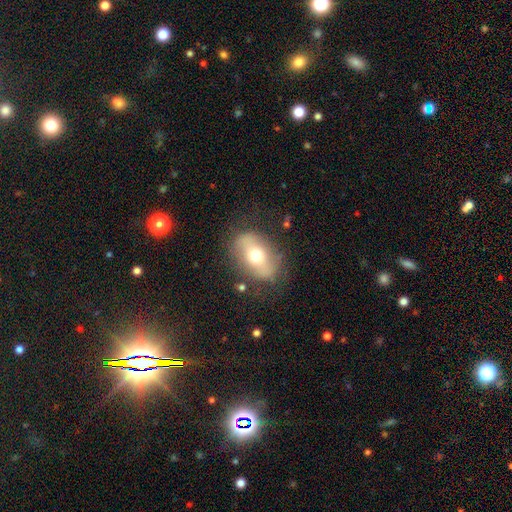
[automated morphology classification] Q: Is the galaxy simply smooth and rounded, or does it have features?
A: smooth — 51%.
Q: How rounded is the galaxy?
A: in between — 77%.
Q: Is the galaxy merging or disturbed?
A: none — 76%.